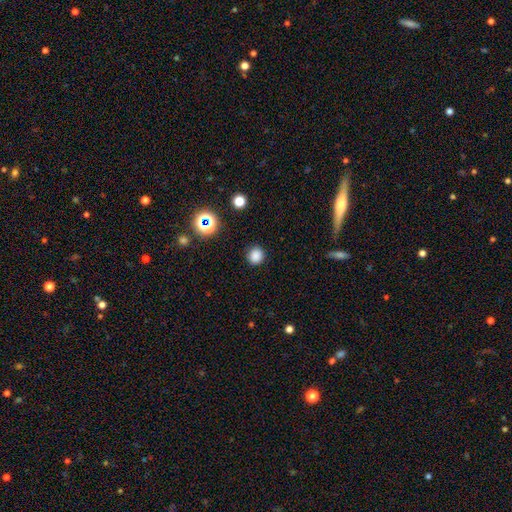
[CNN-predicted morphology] Smooth or featured?
  - smooth: 80% *
  - star or artifact: 16%
  - featured or disk: 4%
How rounded?
  - round: 88% *
  - in between: 11%
  - cigar-shaped: 1%
Merging?
  - none: 88% *
  - minor disturbance: 8%
  - major disturbance: 3%
  - merger: 1%